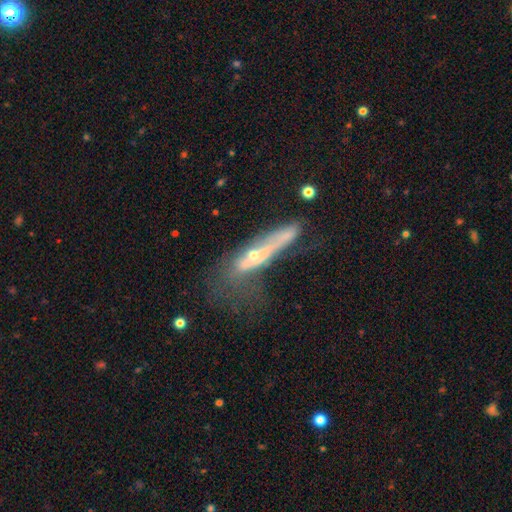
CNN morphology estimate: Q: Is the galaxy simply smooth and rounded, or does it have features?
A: featured or disk — 53%.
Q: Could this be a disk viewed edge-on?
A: no — 52%.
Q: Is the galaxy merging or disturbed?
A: major disturbance — 39%.